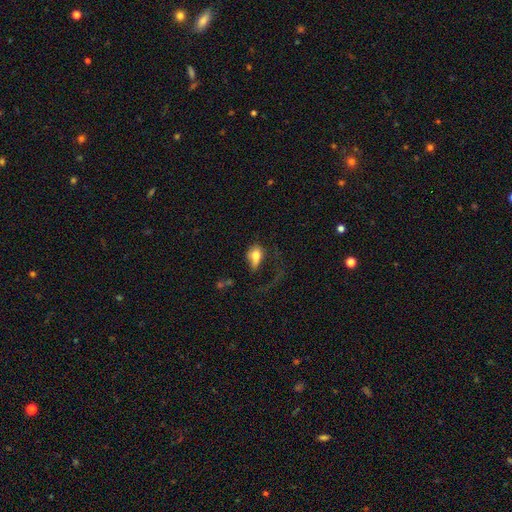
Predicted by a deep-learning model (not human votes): A smooth galaxy with no disk features (73%) that is in between round and cigar-shaped (79%).

Vote fractions:
- Smooth or featured? smooth: 73% / featured or disk: 19% / star or artifact: 9%
- How rounded? in between: 79% / round: 18% / cigar-shaped: 3%
- Merging? major disturbance: 50% / none: 27% / minor disturbance: 19% / merger: 4%